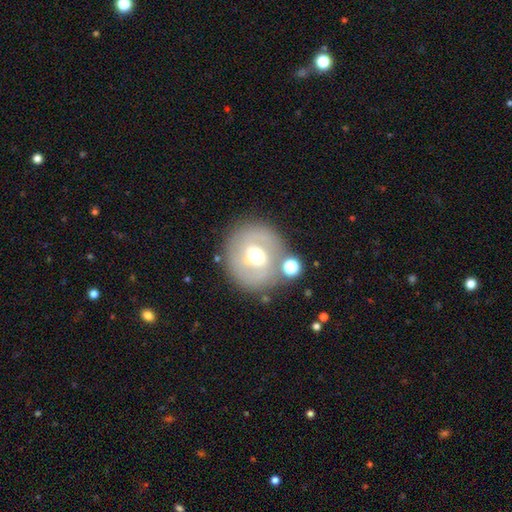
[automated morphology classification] This is possibly a featured or disk galaxy (48%). Merging: likely none (71%).